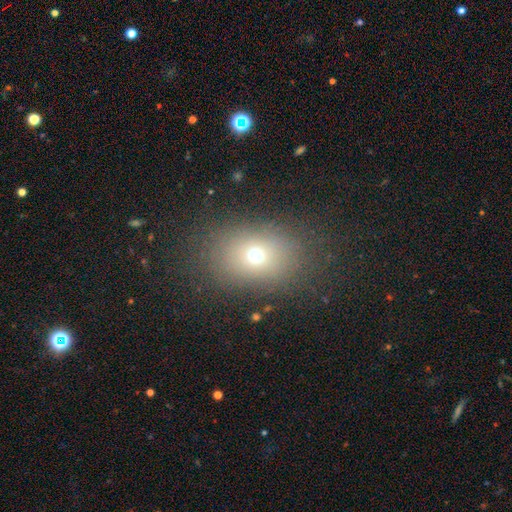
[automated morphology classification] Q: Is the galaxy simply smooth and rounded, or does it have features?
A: smooth — 66%.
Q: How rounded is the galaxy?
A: in between — 54%.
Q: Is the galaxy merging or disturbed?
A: none — 78%.